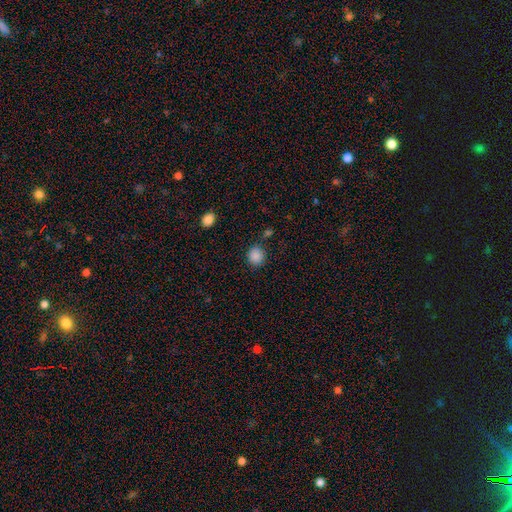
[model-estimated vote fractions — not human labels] Morphology: type=smooth (87%); roundness=round (83%); merging=none (81%).